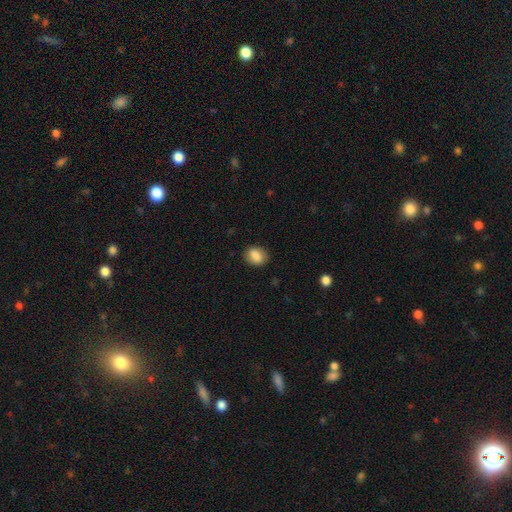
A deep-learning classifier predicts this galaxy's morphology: Smooth or featured? Predicted: smooth (p=0.87). How rounded? Predicted: in between (p=0.56). Merging? Predicted: none (p=0.85).